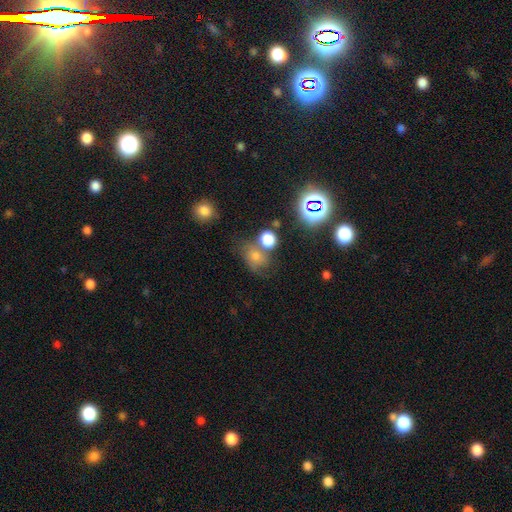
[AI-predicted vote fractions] Morphology: type=smooth (54%); roundness=round (58%); merging=none (54%).